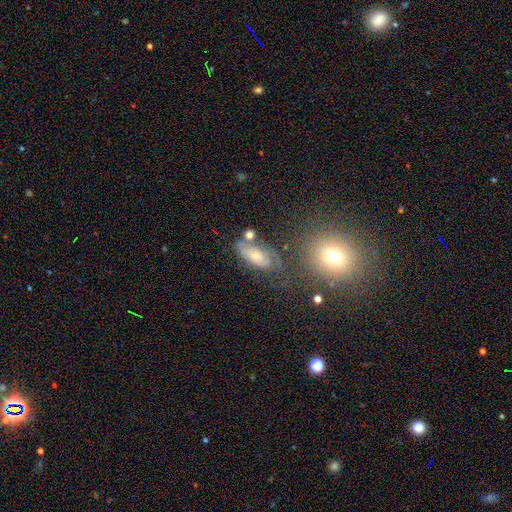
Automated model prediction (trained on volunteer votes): This is possibly a featured or disk galaxy (50%). It is clearly not viewed edge-on (90%). Merging: possibly none (53%).